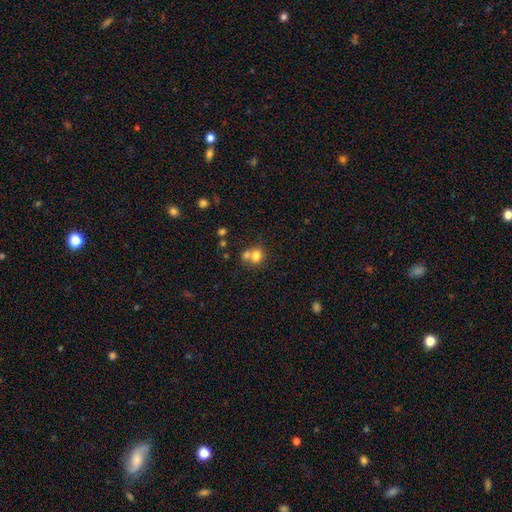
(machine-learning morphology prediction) This appears to be a smooth galaxy with no disk features (76%) that is round (65%). Merging: merger (49%).